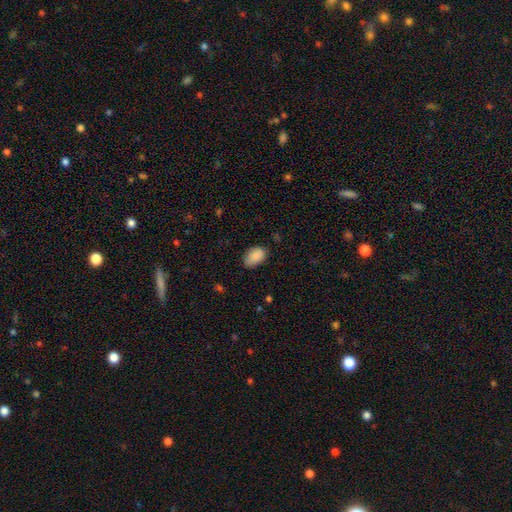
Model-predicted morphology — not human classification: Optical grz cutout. It shows a smooth galaxy with no disk features (88%) that is in between round and cigar-shaped (87%). Merging: none (72%).